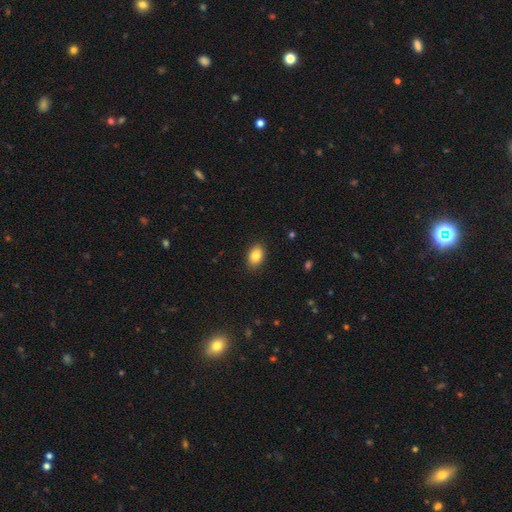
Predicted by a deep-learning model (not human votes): smooth-or-featured: smooth: 84% | star or artifact: 8% | featured or disk: 8%
  how-rounded: in between: 80% | round: 19% | cigar-shaped: 1%
  merging: none: 88% | minor disturbance: 9% | major disturbance: 2% | merger: 1%